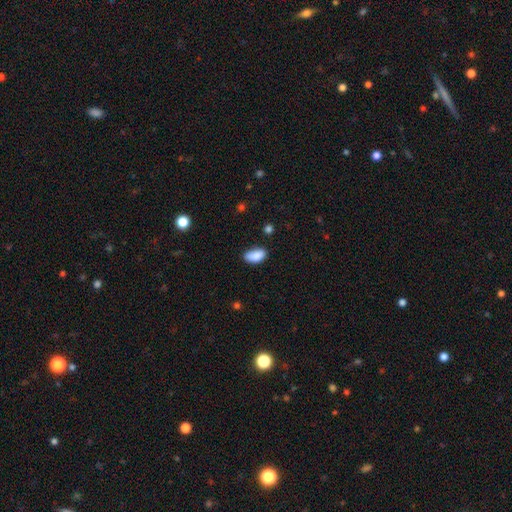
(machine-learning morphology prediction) Smooth or featured? smooth (88%)
How rounded? in between (92%)
Merging? none (76%)